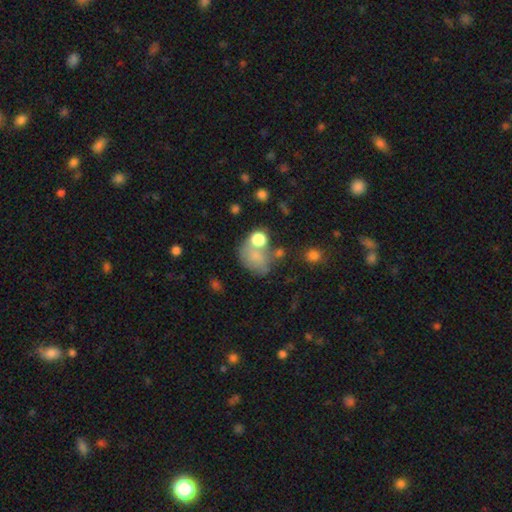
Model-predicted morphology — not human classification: type=smooth (63%); roundness=in between (51%); merging=none (38%).